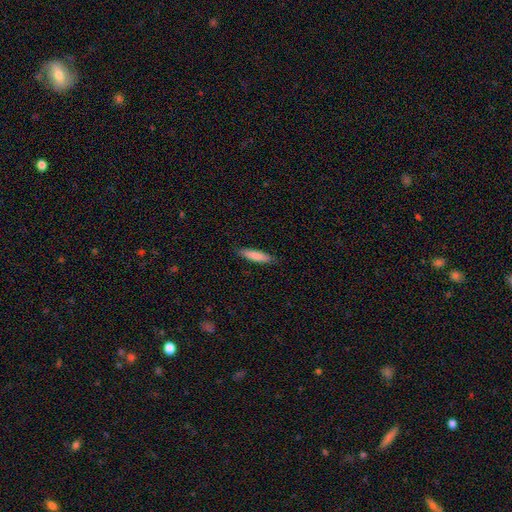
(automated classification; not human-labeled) This is clearly a smooth galaxy (82%). How rounded: likely cigar-shaped (77%). Merging: clearly none (87%).